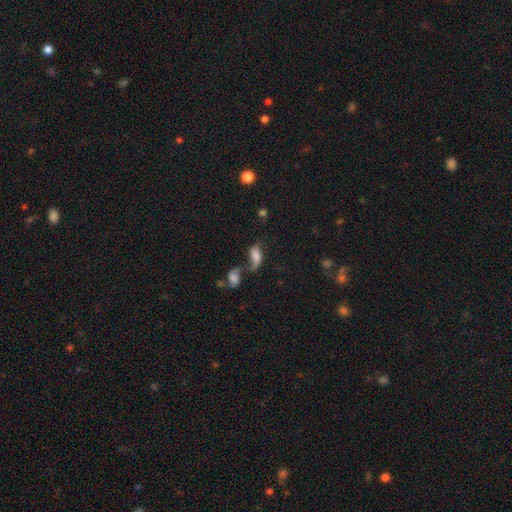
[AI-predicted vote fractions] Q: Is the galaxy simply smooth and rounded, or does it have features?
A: smooth — 56%.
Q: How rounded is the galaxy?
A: in between — 85%.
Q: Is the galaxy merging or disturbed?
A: merger — 45%.